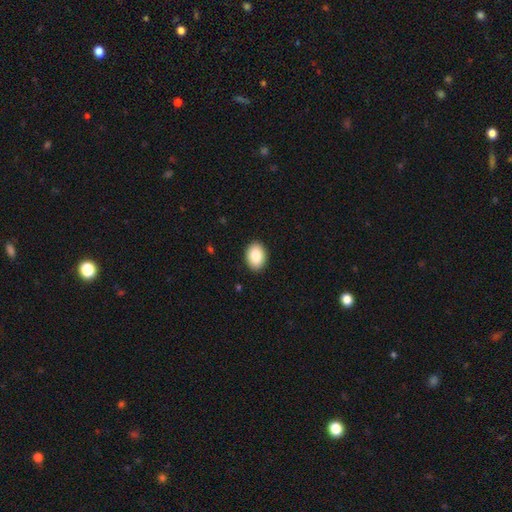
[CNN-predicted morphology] The model was most divided on "how rounded": in between: 81%, round: 18%, cigar-shaped: 1%. More confident: merging — none (90%); smooth or featured — smooth (85%).